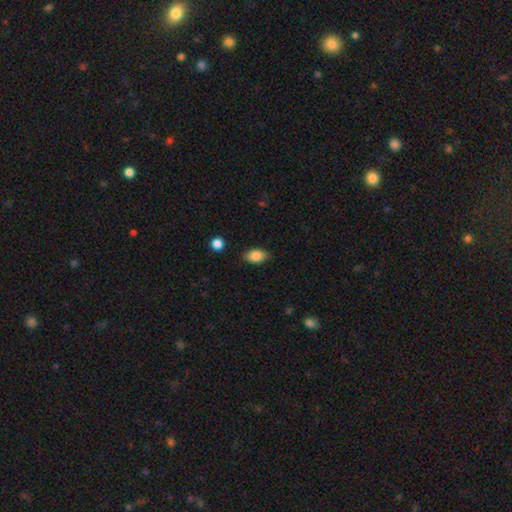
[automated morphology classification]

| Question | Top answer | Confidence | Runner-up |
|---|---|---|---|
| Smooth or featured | smooth | 86% | star or artifact (8%) |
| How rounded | in between | 89% | round (9%) |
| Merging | none | 82% | minor disturbance (14%) |